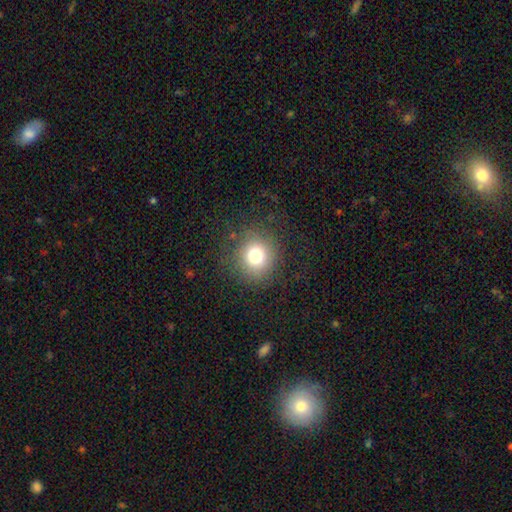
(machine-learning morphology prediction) smooth-or-featured: smooth: 76% | star or artifact: 15% | featured or disk: 10%
  how-rounded: round: 90% | in between: 9% | cigar-shaped: 1%
  merging: none: 85% | minor disturbance: 9% | major disturbance: 5% | merger: 1%